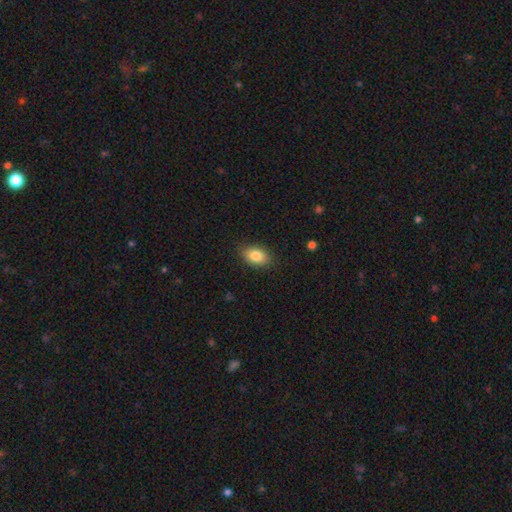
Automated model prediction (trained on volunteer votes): A smooth galaxy with no disk features (83%) that is in between round and cigar-shaped (86%).

Vote fractions:
- Smooth or featured? smooth: 83% / featured or disk: 9% / star or artifact: 8%
- How rounded? in between: 86% / round: 12% / cigar-shaped: 2%
- Merging? none: 86% / minor disturbance: 11% / major disturbance: 2% / merger: 1%